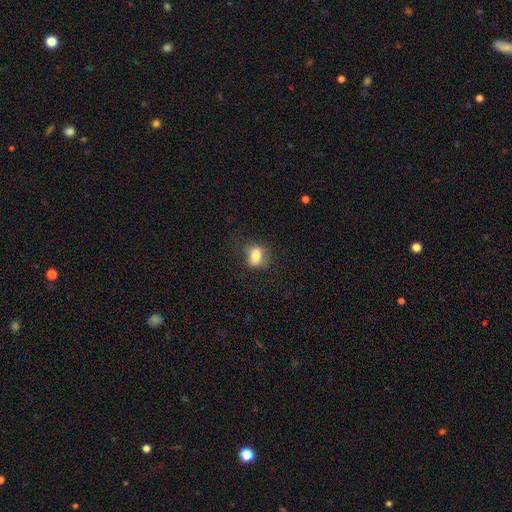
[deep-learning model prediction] Q: Smooth or featured?
A: smooth (81%); runner-up: featured or disk (10%)
Q: How rounded?
A: in between (67%); runner-up: round (30%)
Q: Merging?
A: none (69%); runner-up: minor disturbance (21%)